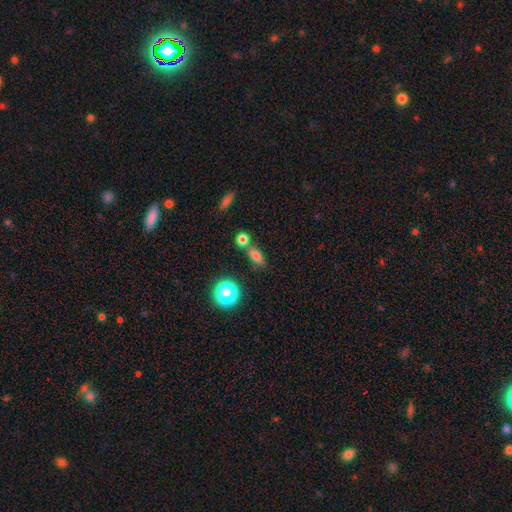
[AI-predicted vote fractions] smooth-or-featured: smooth: 72% | star or artifact: 17% | featured or disk: 11%
  how-rounded: in between: 62% | round: 23% | cigar-shaped: 15%
  merging: none: 62% | merger: 23% | minor disturbance: 11% | major disturbance: 4%